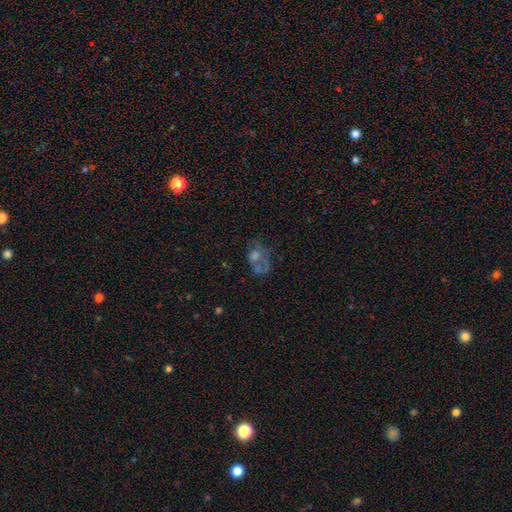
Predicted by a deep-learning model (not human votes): smooth_or_featured: featured or disk (p=0.43) [alt: smooth p=0.38]
merging: none (p=0.35) [alt: major disturbance p=0.31]